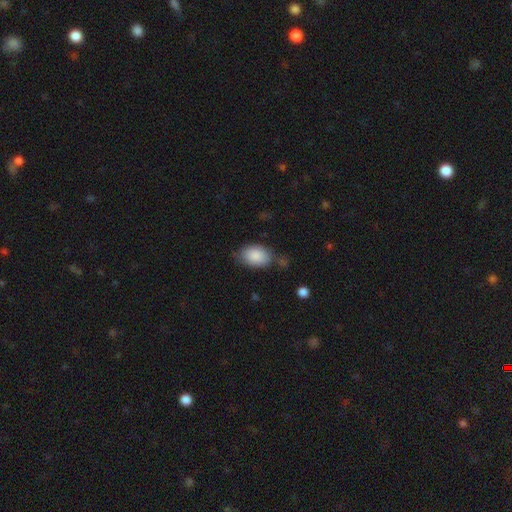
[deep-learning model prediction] Smooth or featured? Predicted: smooth (p=0.88). How rounded? Predicted: in between (p=0.88). Merging? Predicted: none (p=0.66).